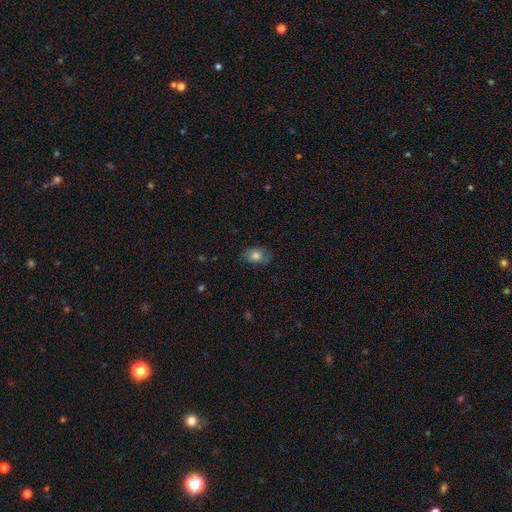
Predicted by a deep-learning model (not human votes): This is clearly a smooth galaxy (81%). How rounded: likely in between (79%). Merging: likely none (78%).